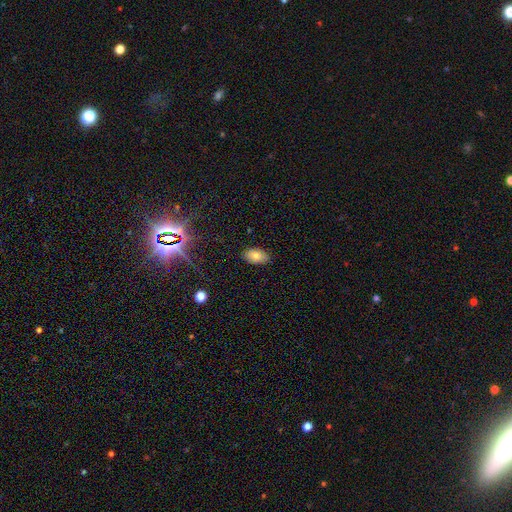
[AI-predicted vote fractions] Smooth or featured? smooth (80%)
How rounded? in between (93%)
Merging? none (87%)